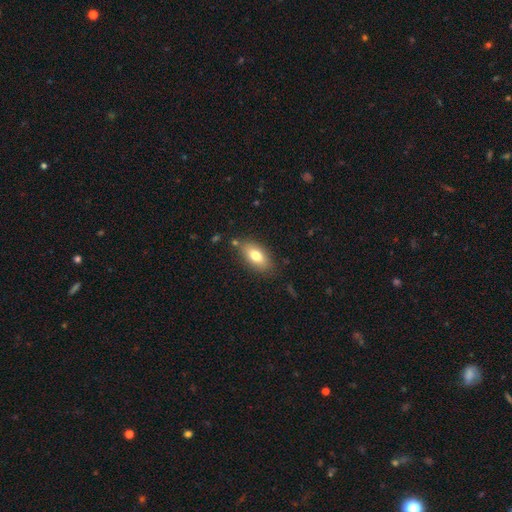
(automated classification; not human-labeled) A smooth galaxy with no disk features (76%) that is in between round and cigar-shaped (88%).

Vote fractions:
- Smooth or featured? smooth: 76% / featured or disk: 17% / star or artifact: 8%
- How rounded? in between: 88% / cigar-shaped: 7% / round: 5%
- Merging? none: 80% / minor disturbance: 14% / major disturbance: 3% / merger: 3%